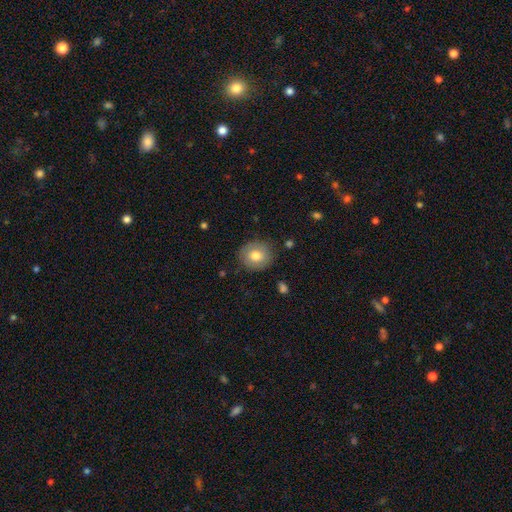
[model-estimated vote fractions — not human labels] Smooth or featured? Predicted: smooth (p=0.74). How rounded? Predicted: round (p=0.85). Merging? Predicted: none (p=0.84).